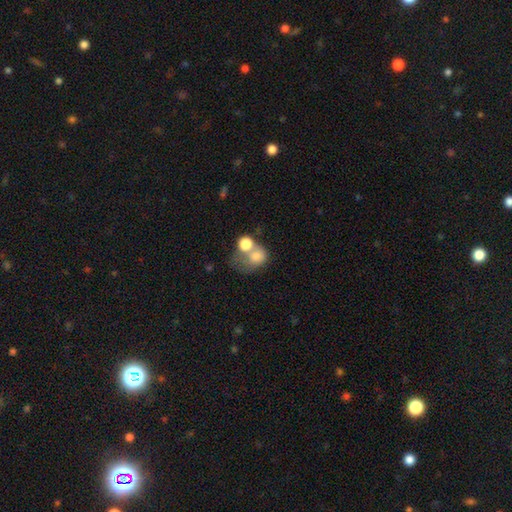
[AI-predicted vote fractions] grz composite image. It shows a smooth galaxy with no disk features (71%) that is round (58%). Merging: merger (58%).